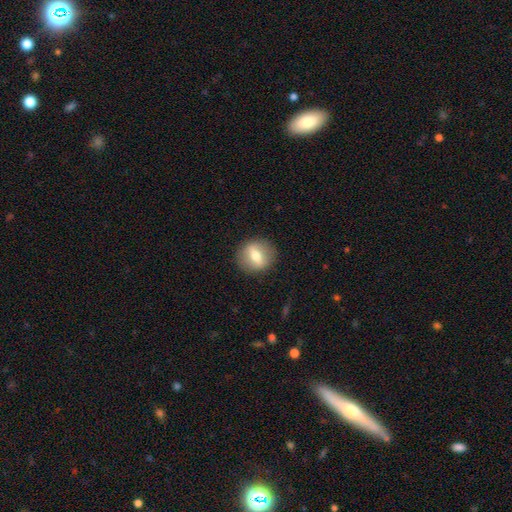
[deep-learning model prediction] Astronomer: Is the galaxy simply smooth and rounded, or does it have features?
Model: smooth — 54% (runner-up: featured or disk, 38%).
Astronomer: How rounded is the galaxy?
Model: round — 75%.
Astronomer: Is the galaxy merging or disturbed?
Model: none — 88%.